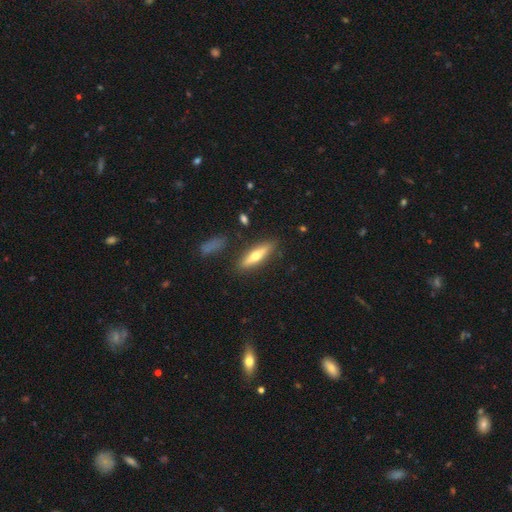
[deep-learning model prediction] Smooth or featured? Predicted: featured or disk (p=0.47). Merging? Predicted: none (p=0.85).